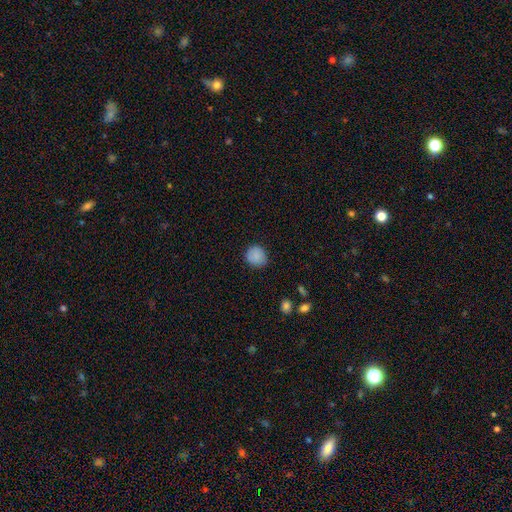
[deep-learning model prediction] The model was most divided on "how rounded": round: 86%, in between: 13%, cigar-shaped: 1%. More confident: smooth or featured — smooth (87%); merging — none (85%).